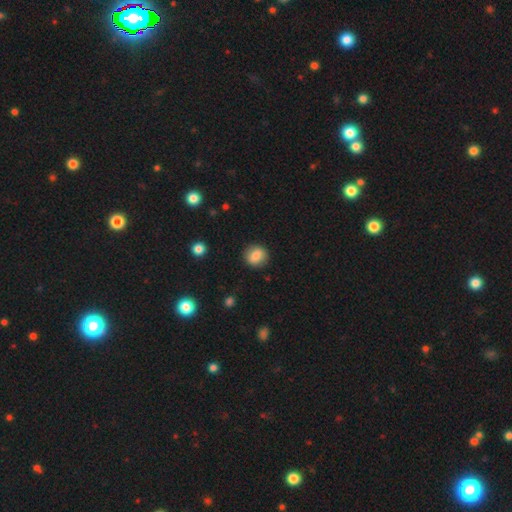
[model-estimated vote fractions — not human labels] Overall: smooth (84%). How rounded: round (77%). Merging: none (88%).